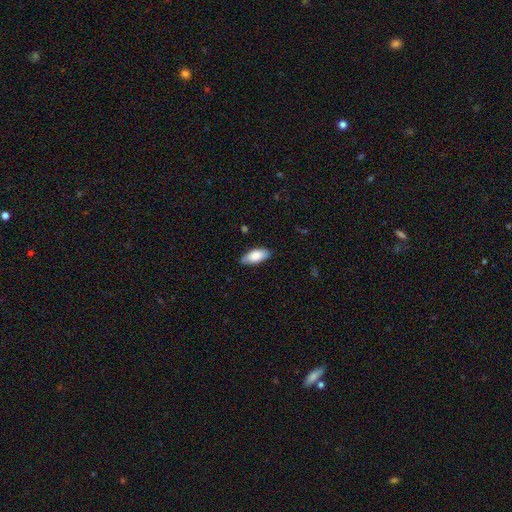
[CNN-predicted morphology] Overall: smooth (83%). How rounded: in between (89%). Merging: none (80%).